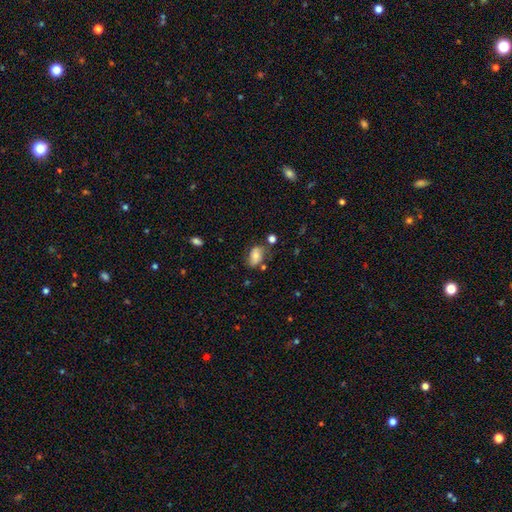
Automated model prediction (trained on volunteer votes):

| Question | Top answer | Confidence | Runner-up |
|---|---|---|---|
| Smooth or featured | smooth | 64% | featured or disk (27%) |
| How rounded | in between | 86% | round (12%) |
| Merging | none | 57% | minor disturbance (27%) |